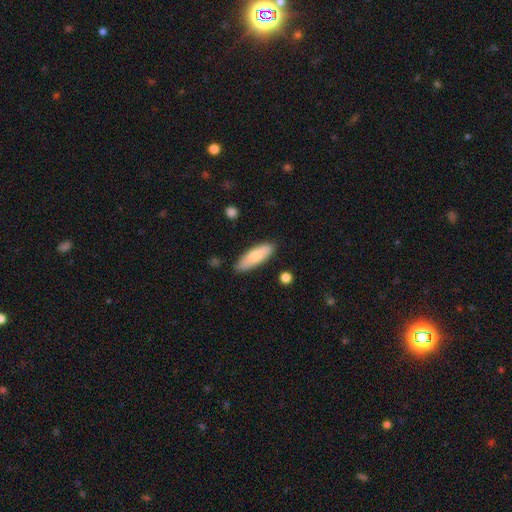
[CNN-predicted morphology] Q: Smooth or featured?
A: smooth (74%); runner-up: featured or disk (21%)
Q: How rounded?
A: in between (58%); runner-up: cigar-shaped (40%)
Q: Merging?
A: none (84%); runner-up: minor disturbance (12%)